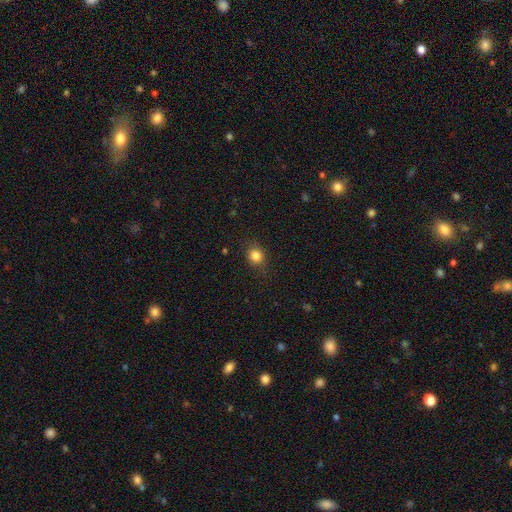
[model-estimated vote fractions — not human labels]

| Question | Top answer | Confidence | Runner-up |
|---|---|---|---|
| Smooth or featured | smooth | 83% | star or artifact (12%) |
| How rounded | round | 73% | in between (26%) |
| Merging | none | 83% | minor disturbance (12%) |